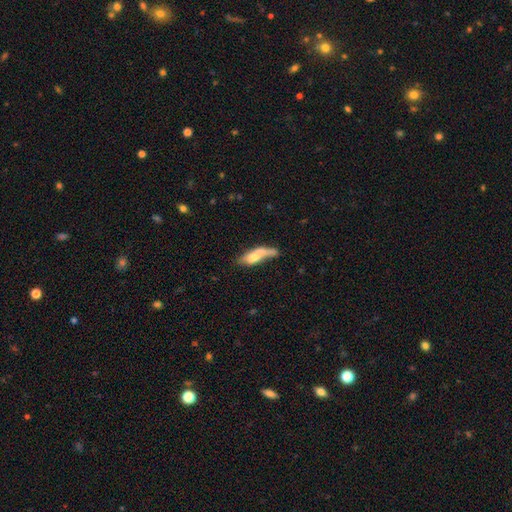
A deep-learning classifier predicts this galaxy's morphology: smooth 59%, featured or disk 33%, star or artifact 7%. Down the decision tree: how rounded — in between (51%); merging — none (29%).